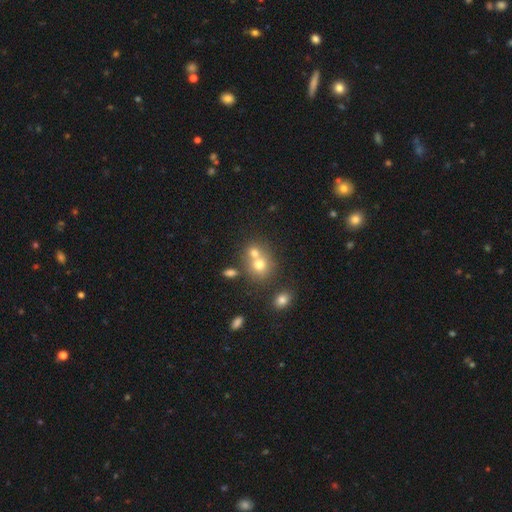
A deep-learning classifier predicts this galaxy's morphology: Q: Smooth or featured?
A: smooth (61%); runner-up: star or artifact (21%)
Q: How rounded?
A: round (75%); runner-up: in between (24%)
Q: Merging?
A: merger (49%); runner-up: none (41%)